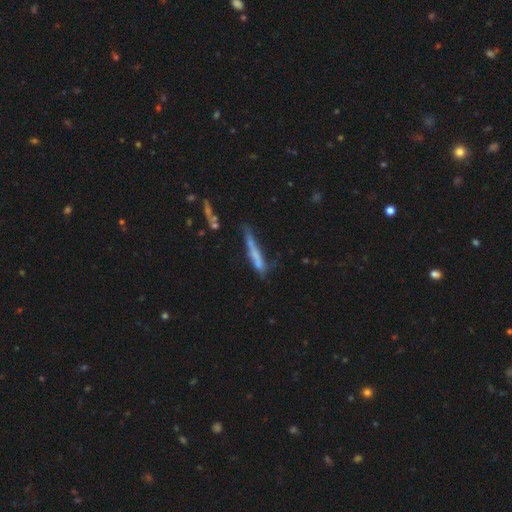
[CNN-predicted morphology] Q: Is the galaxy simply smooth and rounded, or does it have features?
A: smooth — 53%.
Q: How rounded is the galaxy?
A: cigar-shaped — 90%.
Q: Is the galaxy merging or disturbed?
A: none — 41%.